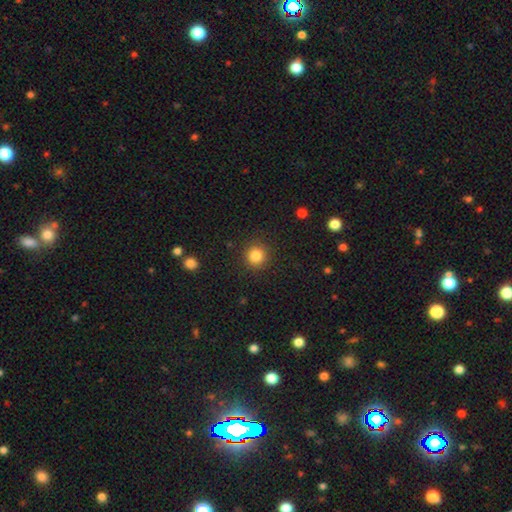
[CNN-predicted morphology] Smooth or featured?
  - smooth: 84% *
  - star or artifact: 11%
  - featured or disk: 5%
How rounded?
  - round: 93% *
  - in between: 6%
  - cigar-shaped: 1%
Merging?
  - none: 90% *
  - minor disturbance: 6%
  - major disturbance: 3%
  - merger: 1%